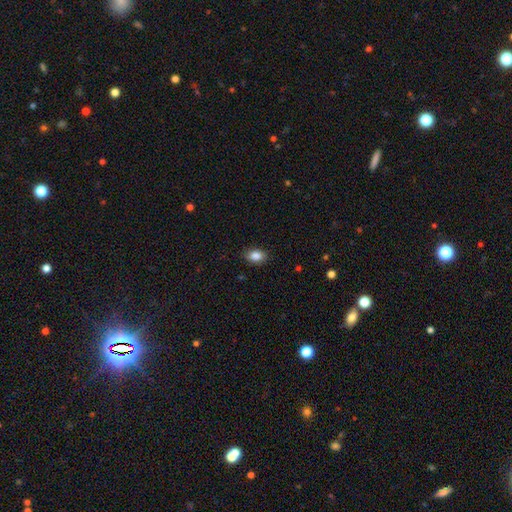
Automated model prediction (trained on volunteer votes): This is clearly a smooth galaxy (88%). How rounded: clearly in between (83%). Merging: clearly none (85%).